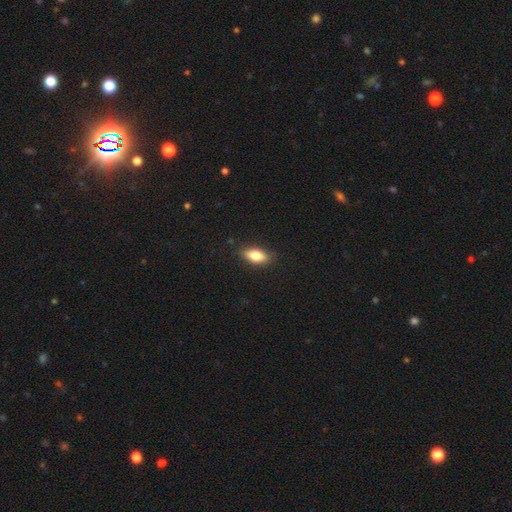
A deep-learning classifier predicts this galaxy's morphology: The model was most divided on "smooth or featured": smooth: 78%, featured or disk: 15%, star or artifact: 7%. More confident: merging — none (87%); how rounded — in between (84%).